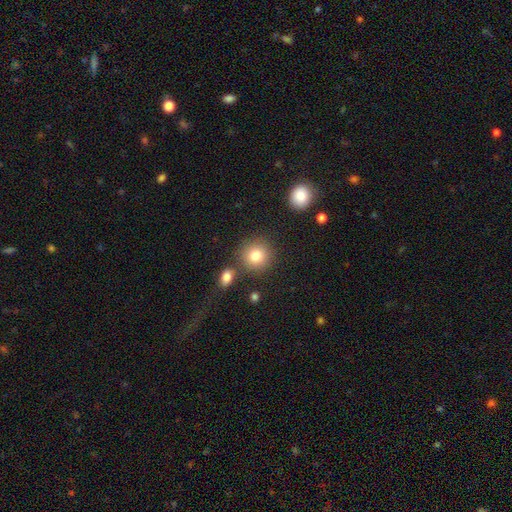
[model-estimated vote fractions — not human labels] Overall: smooth (81%). How rounded: round (90%). Merging: none (80%).